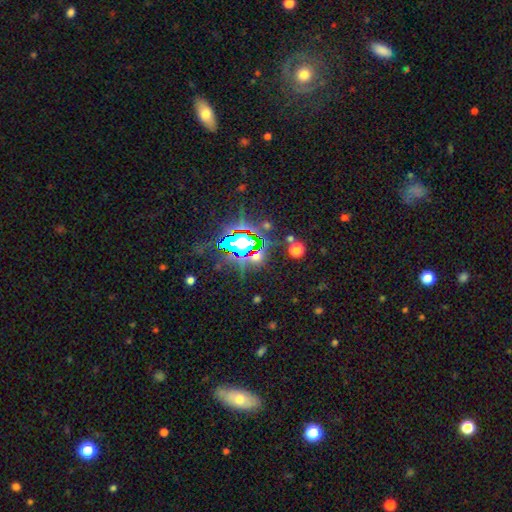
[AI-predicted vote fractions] Q: Smooth or featured?
A: star or artifact (76%); runner-up: smooth (13%)